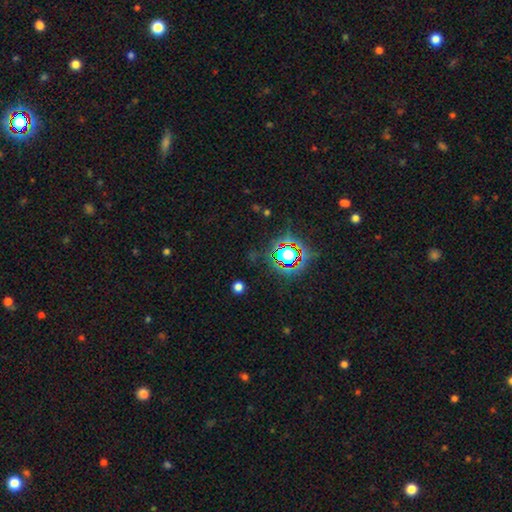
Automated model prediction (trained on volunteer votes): Morphology: type=star or artifact (75%).